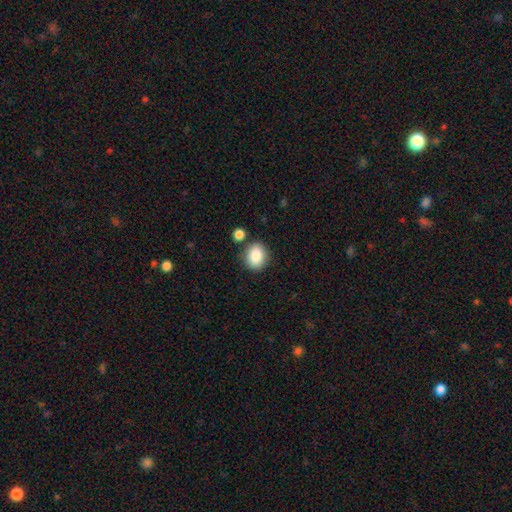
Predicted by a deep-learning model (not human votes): smooth_or_featured: smooth (p=0.86) [alt: star or artifact p=0.08]
how_rounded: round (p=0.51) [alt: in between p=0.48]
merging: none (p=0.79) [alt: minor disturbance p=0.10]